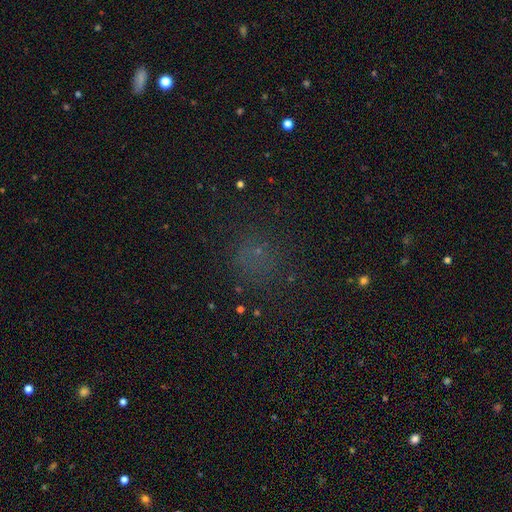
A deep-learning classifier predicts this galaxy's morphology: smooth 51%, star or artifact 40%, featured or disk 9%. Down the decision tree: how rounded — round (86%); merging — none (77%).